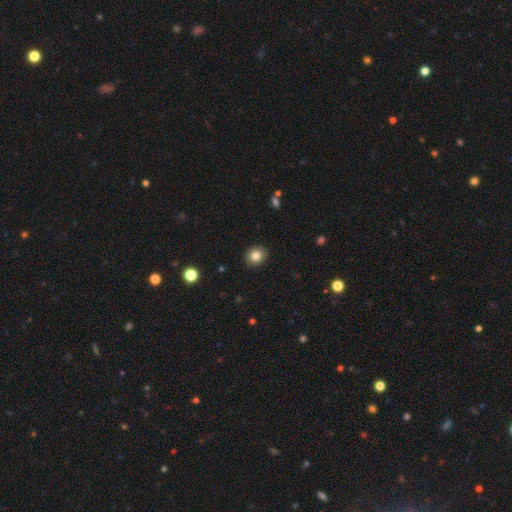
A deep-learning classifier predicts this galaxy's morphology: This is clearly a smooth galaxy (83%). How rounded: likely round (72%). Merging: clearly none (90%).